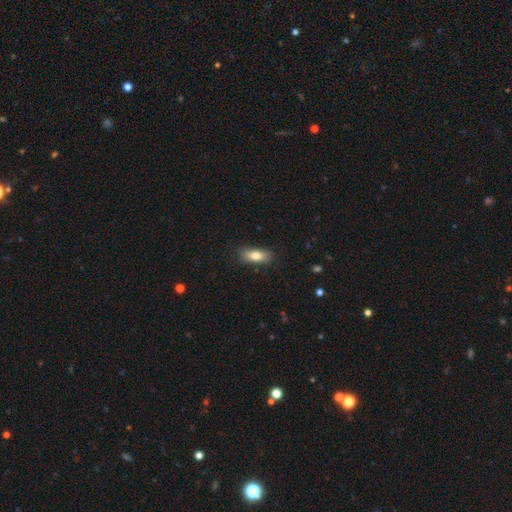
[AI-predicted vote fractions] A smooth galaxy with no disk features (80%) that is in between round and cigar-shaped (76%).

Vote fractions:
- Smooth or featured? smooth: 80% / featured or disk: 13% / star or artifact: 7%
- How rounded? in between: 76% / cigar-shaped: 21% / round: 3%
- Merging? none: 84% / minor disturbance: 12% / major disturbance: 3% / merger: 1%